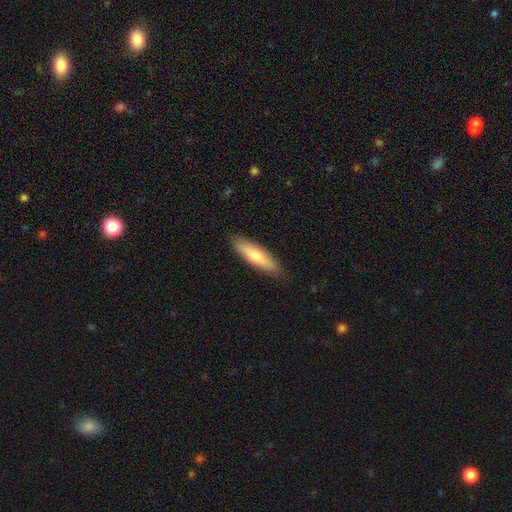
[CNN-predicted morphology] Overall: smooth (65%; featured or disk 29%). How rounded: cigar-shaped (62%; in between 36%). Merging: none (88%).